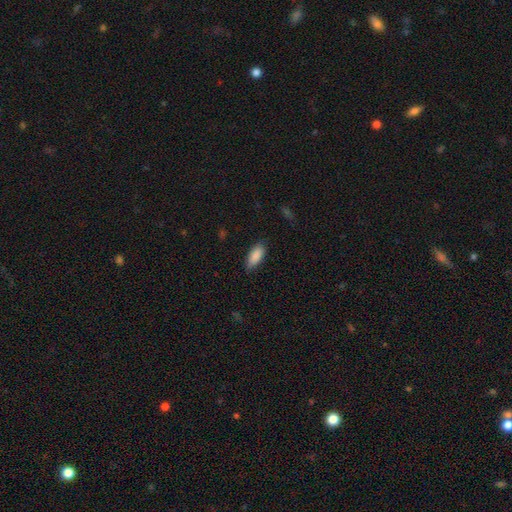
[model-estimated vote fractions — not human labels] This is clearly a smooth galaxy (89%). How rounded: clearly in between (80%). Merging: likely none (79%).